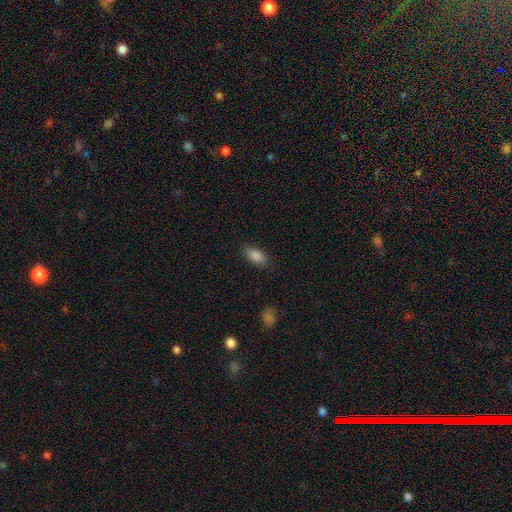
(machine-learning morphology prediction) smooth 87%, star or artifact 7%, featured or disk 6%. Down the decision tree: how rounded — in between (90%); merging — none (87%).